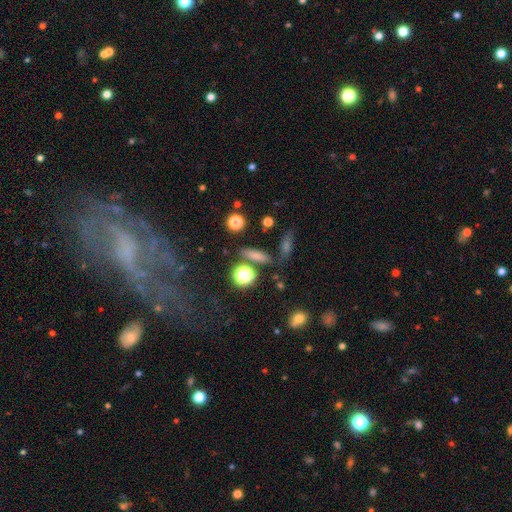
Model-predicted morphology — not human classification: type=smooth (70%); roundness=cigar-shaped (51%); merging=none (79%).